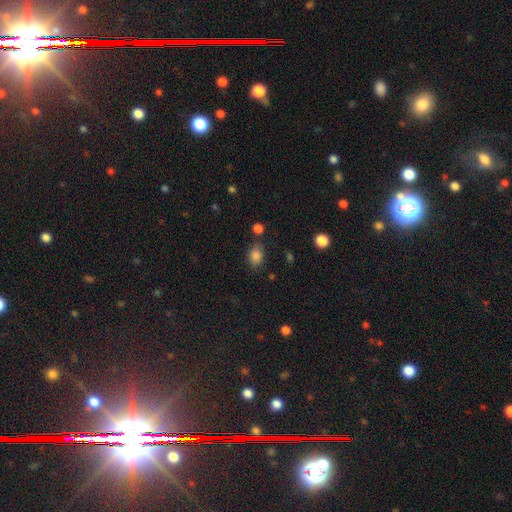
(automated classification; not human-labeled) smooth_or_featured: smooth (p=0.84) [alt: star or artifact p=0.11]
how_rounded: in between (p=0.71) [alt: round p=0.28]
merging: none (p=0.77) [alt: minor disturbance p=0.14]